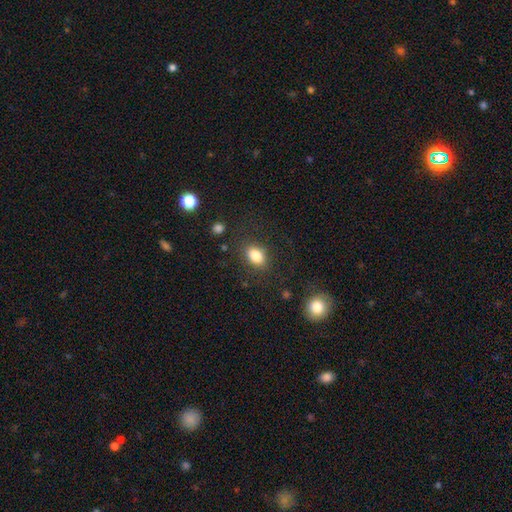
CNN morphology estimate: This appears to be a smooth galaxy with no disk features (85%) that is in between round and cigar-shaped (81%). Merging: none (81%).